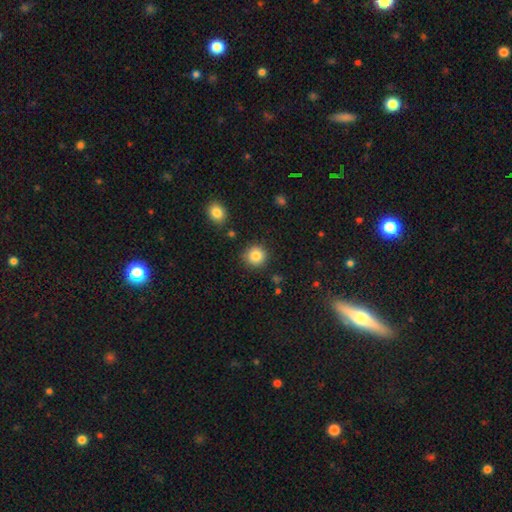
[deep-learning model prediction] Smooth or featured? Predicted: smooth (p=0.85). How rounded? Predicted: round (p=0.92). Merging? Predicted: none (p=0.88).